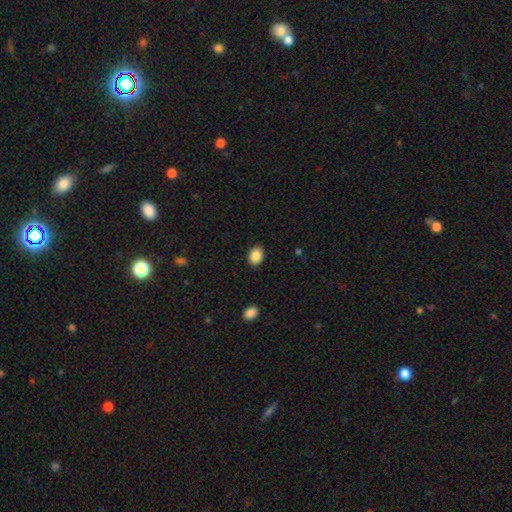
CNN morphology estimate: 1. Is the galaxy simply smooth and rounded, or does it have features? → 88% smooth, 8% star or artifact, 4% featured or disk.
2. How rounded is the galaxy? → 73% in between, 26% round, 1% cigar-shaped.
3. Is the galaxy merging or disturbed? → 89% none, 8% minor disturbance, 2% major disturbance, 1% merger.